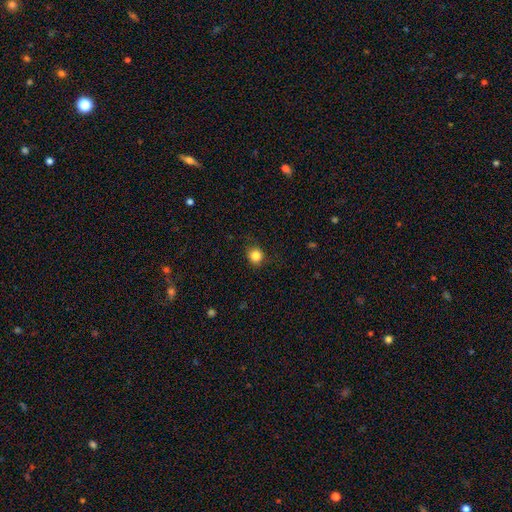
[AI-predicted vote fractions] Smooth or featured: smooth — 84% (star or artifact — 11%)
How rounded: round — 86% (in between — 13%)
Merging: none — 86% (minor disturbance — 10%)